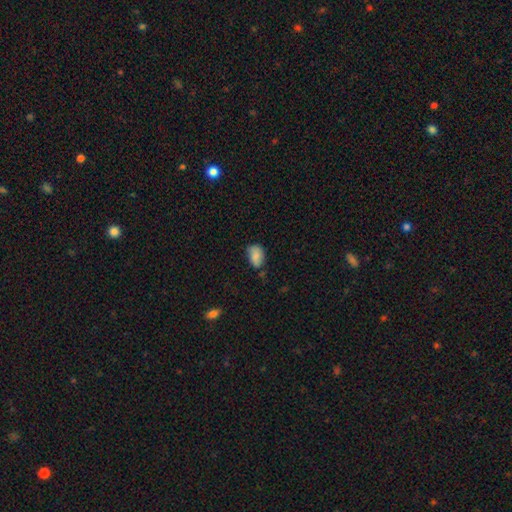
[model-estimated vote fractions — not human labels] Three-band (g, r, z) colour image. It shows a smooth galaxy with no disk features (79%) that is in between round and cigar-shaped (82%). Merging: none (58%).